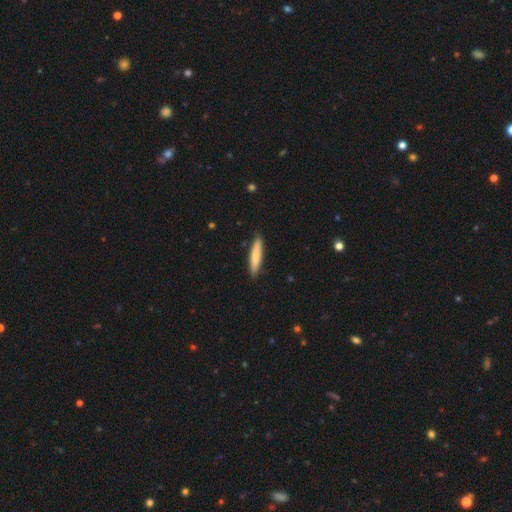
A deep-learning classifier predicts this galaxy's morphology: smooth 78%, featured or disk 17%, star or artifact 5%. Down the decision tree: how rounded — cigar-shaped (85%); merging — none (89%).